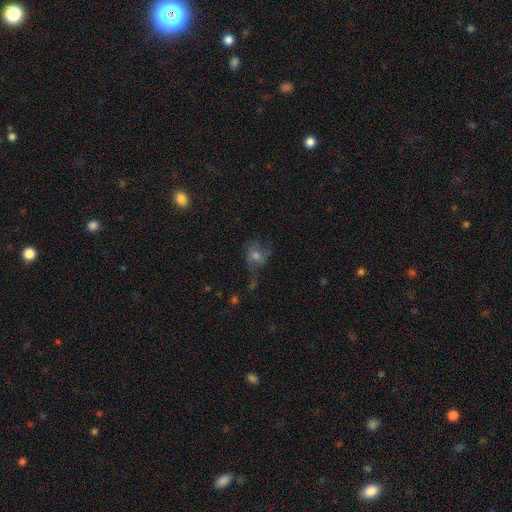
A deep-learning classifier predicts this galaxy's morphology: Smooth or featured: smooth — 42% (featured or disk — 41%)
Merging: none — 42% (major disturbance — 27%)